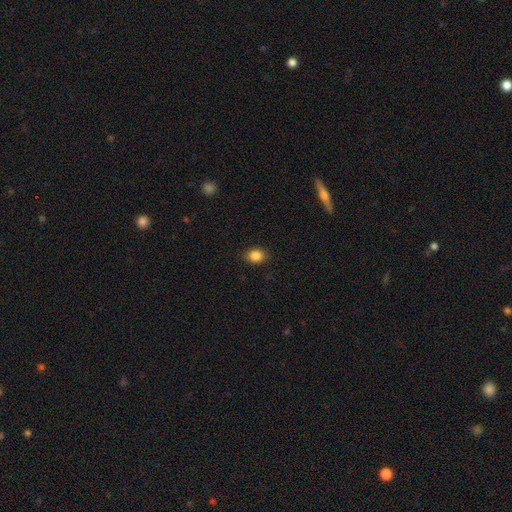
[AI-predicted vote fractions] Smooth or featured? Predicted: smooth (p=0.86). How rounded? Predicted: in between (p=0.52). Merging? Predicted: none (p=0.89).